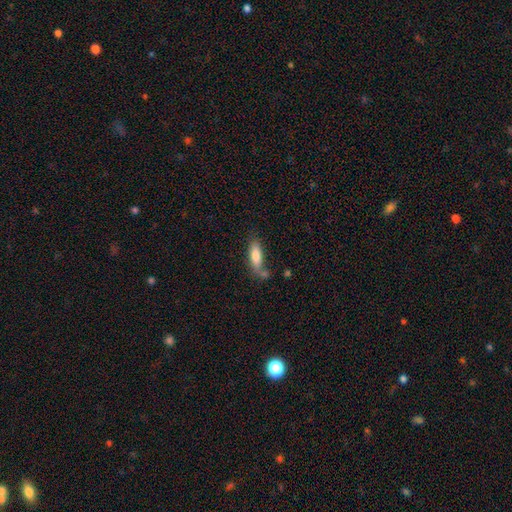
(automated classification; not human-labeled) smooth 77%, featured or disk 17%, star or artifact 7%. Down the decision tree: how rounded — in between (55%); merging — none (57%).